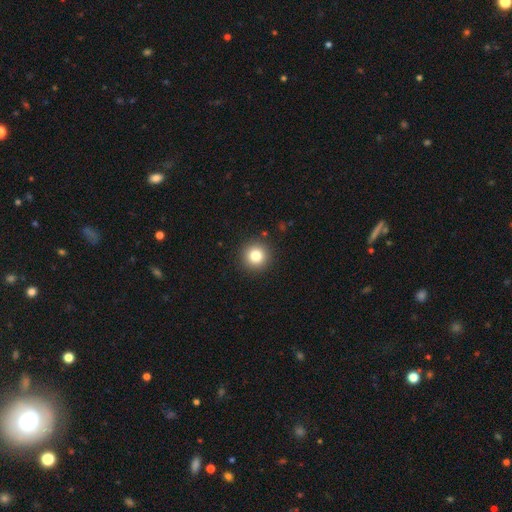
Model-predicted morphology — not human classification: smooth-or-featured: smooth: 82% | star or artifact: 11% | featured or disk: 7%
  how-rounded: round: 95% | in between: 4% | cigar-shaped: 1%
  merging: none: 92% | minor disturbance: 5% | major disturbance: 2% | merger: 1%